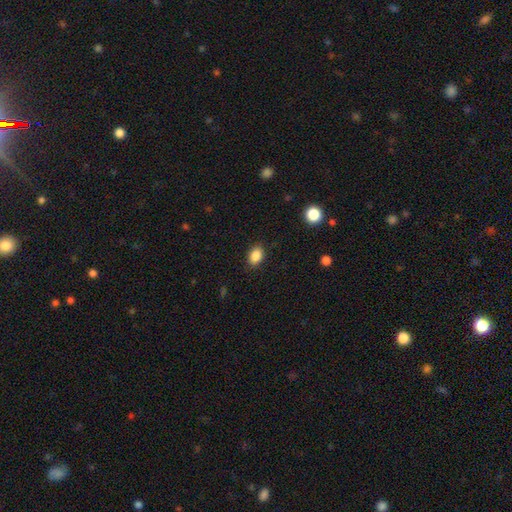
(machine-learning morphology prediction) smooth-or-featured: smooth: 88% | star or artifact: 9% | featured or disk: 3%
  how-rounded: in between: 82% | round: 17% | cigar-shaped: 1%
  merging: none: 87% | minor disturbance: 9% | major disturbance: 2% | merger: 1%